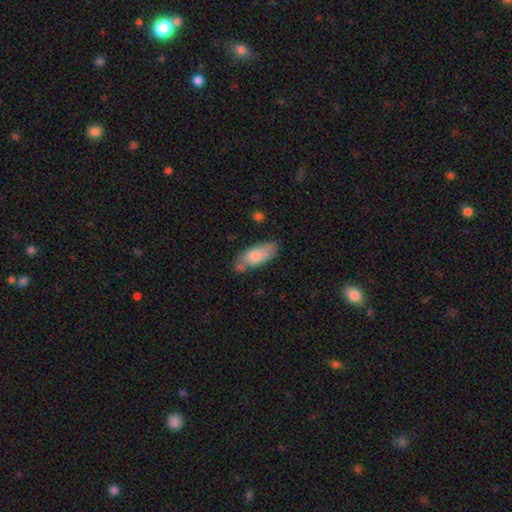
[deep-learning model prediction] A smooth galaxy with no disk features (73%) that is in between round and cigar-shaped (81%). Merging: none (59%).